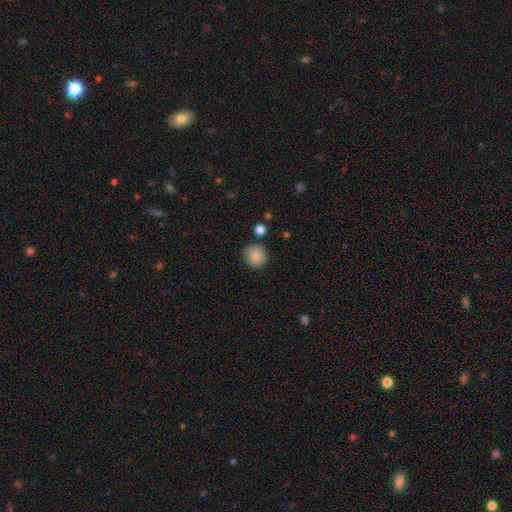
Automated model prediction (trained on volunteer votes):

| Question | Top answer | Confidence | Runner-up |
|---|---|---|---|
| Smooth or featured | smooth | 88% | star or artifact (8%) |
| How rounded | round | 88% | in between (11%) |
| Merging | none | 84% | minor disturbance (9%) |